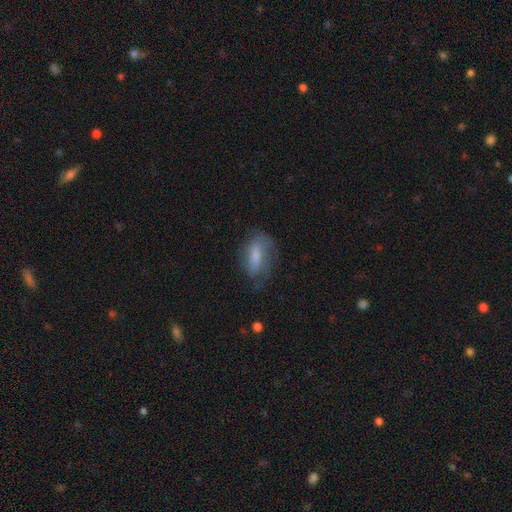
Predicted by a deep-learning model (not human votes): Smooth or featured? Predicted: smooth (p=0.56). How rounded? Predicted: in between (p=0.77). Merging? Predicted: none (p=0.54).